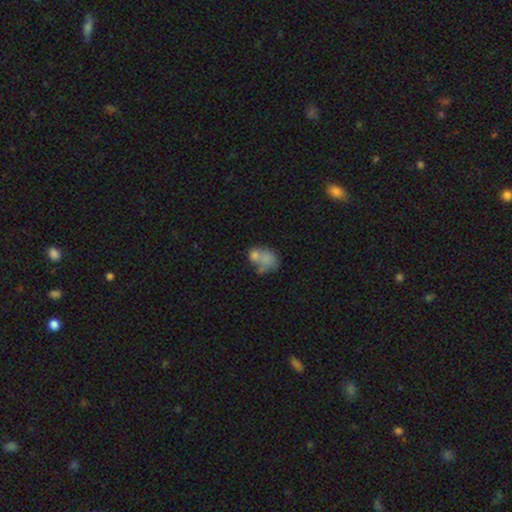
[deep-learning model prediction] smooth-or-featured: smooth: 68% | featured or disk: 22% | star or artifact: 11%
  how-rounded: in between: 59% | round: 40% | cigar-shaped: 1%
  merging: merger: 48% | none: 26% | minor disturbance: 13% | major disturbance: 13%